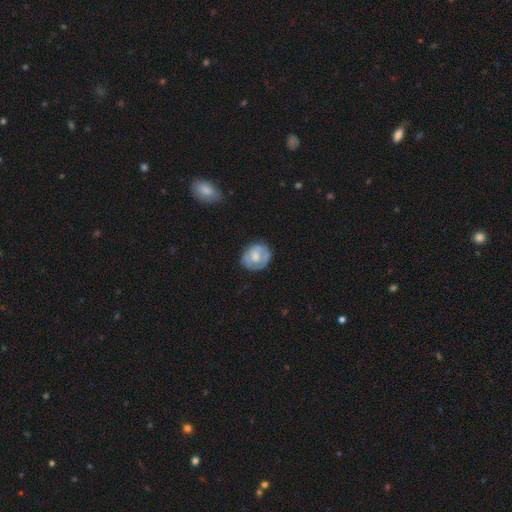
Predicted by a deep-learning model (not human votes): Overall: smooth (49%; featured or disk 45%). Merging: none (65%).